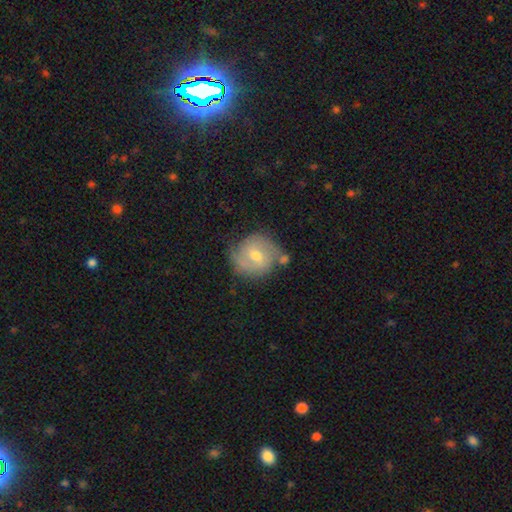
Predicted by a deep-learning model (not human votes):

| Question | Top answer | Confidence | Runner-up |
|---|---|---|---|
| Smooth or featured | featured or disk | 55% | smooth (37%) |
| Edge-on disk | no | 97% | yes (3%) |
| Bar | no | 49% | weak (42%) |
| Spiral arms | yes | 79% | no (21%) |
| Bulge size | moderate | 70% | small (25%) |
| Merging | none | 63% | minor disturbance (22%) |